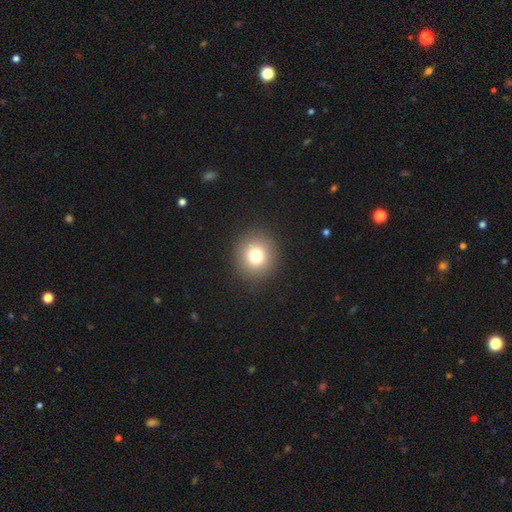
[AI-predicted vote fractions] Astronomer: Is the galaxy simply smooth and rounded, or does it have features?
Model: smooth — 77%.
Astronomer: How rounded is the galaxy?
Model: round — 90%.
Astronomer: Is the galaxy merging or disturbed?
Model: none — 91%.